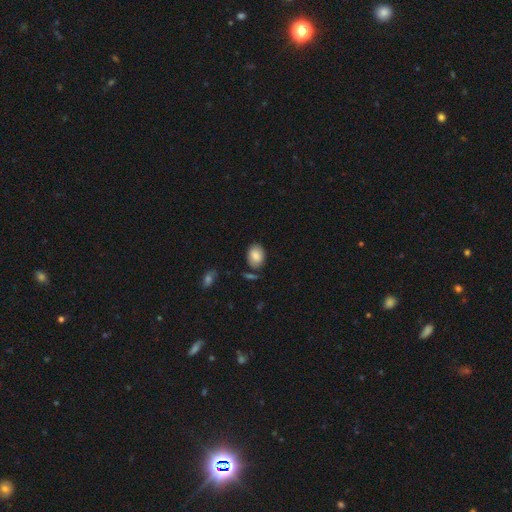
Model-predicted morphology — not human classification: This is clearly a smooth galaxy (84%). How rounded: likely in between (76%). Merging: likely none (76%).